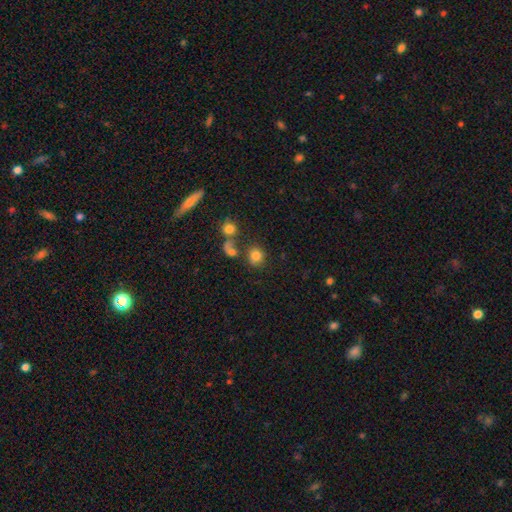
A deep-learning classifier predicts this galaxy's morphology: Q: Smooth or featured?
A: smooth (79%); runner-up: star or artifact (13%)
Q: How rounded?
A: round (82%); runner-up: in between (16%)
Q: Merging?
A: none (64%); runner-up: merger (18%)